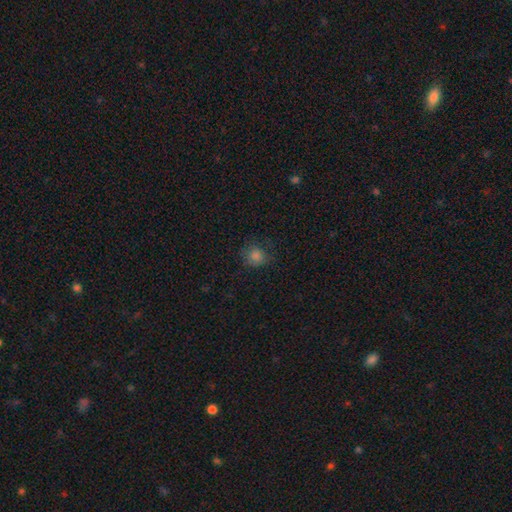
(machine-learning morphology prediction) smooth 77%, star or artifact 17%, featured or disk 6%. Down the decision tree: how rounded — round (85%); merging — none (75%).